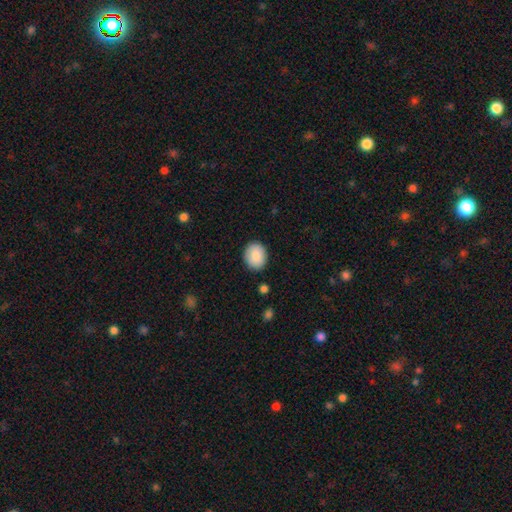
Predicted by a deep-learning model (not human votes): Smooth or featured: smooth — 86% (star or artifact — 7%)
How rounded: round — 57% (in between — 43%)
Merging: none — 87% (minor disturbance — 10%)